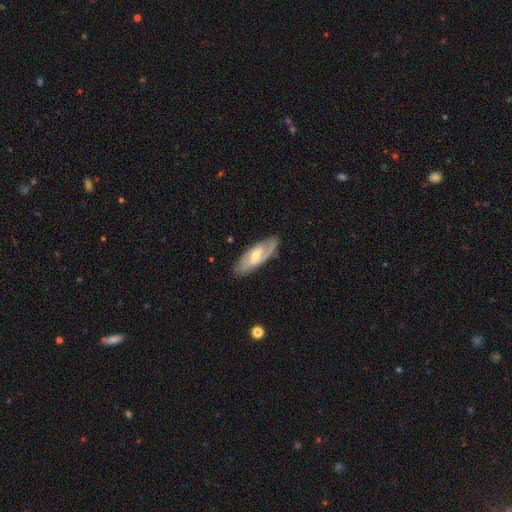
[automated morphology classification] type=featured or disk (74%); edge-on=no (87%); bar=weak (49%); spiral arms=yes (88%); winding=medium (45%); arm count=2 (71%); bulge=small (48%); merging=none (81%).